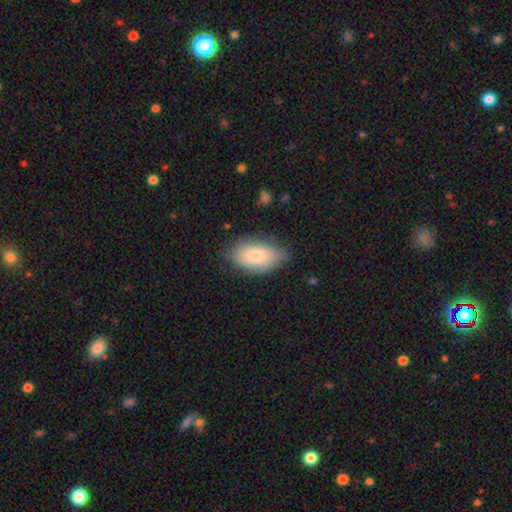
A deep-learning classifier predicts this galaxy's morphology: This appears to be a smooth galaxy with no disk features (76%) that is in between round and cigar-shaped (93%). Merging: none (71%).